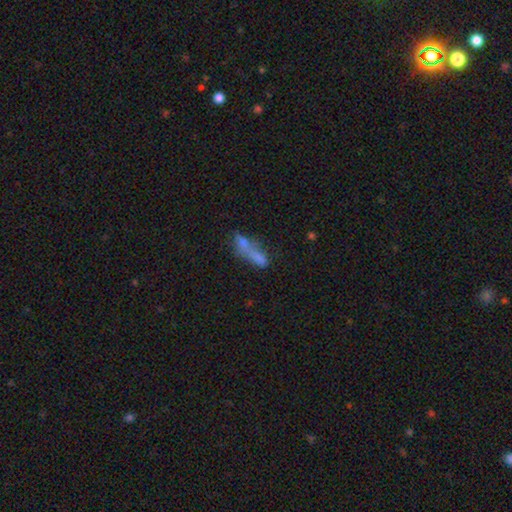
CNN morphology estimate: Smooth or featured? Predicted: smooth (p=0.62). How rounded? Predicted: in between (p=0.47, tied with cigar-shaped). Merging? Predicted: merger (p=0.41).